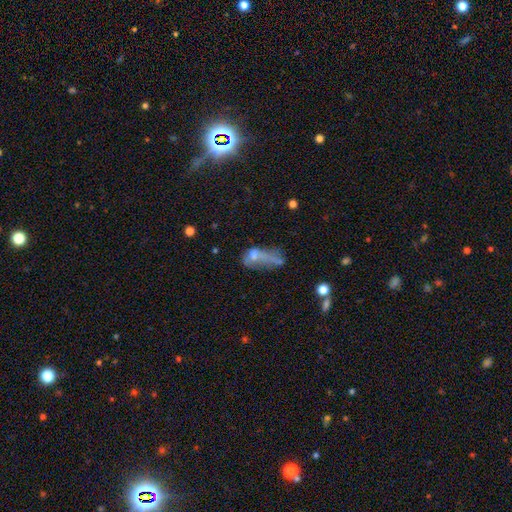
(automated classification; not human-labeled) A smooth galaxy with no disk features (53%) that is in between round and cigar-shaped (75%). Merging: major disturbance (41%).